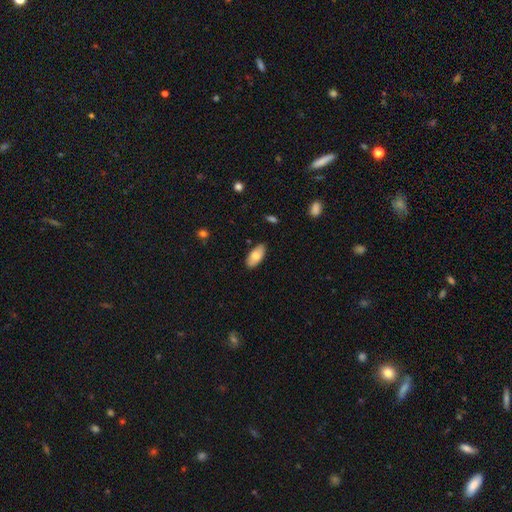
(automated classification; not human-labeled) Q: Smooth or featured?
A: smooth (76%); runner-up: featured or disk (18%)
Q: How rounded?
A: in between (92%); runner-up: cigar-shaped (6%)
Q: Merging?
A: none (86%); runner-up: minor disturbance (10%)